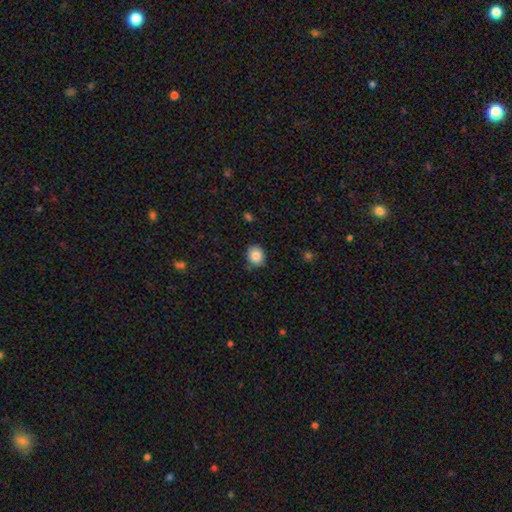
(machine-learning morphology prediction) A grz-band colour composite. It shows a smooth galaxy with no disk features (85%) that is round (68%). Merging: none (84%).